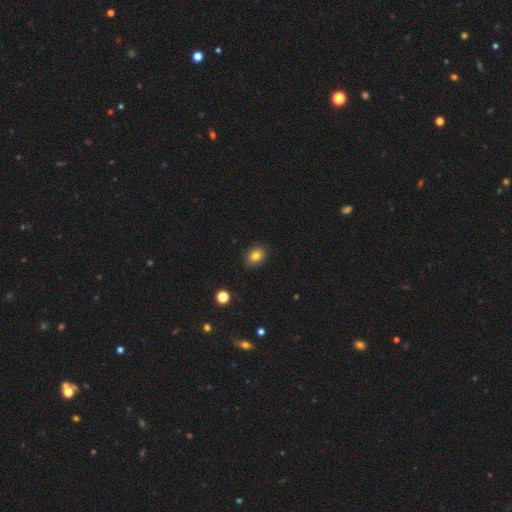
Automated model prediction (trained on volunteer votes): Q: Smooth or featured?
A: smooth (82%); runner-up: star or artifact (11%)
Q: How rounded?
A: in between (53%); runner-up: round (46%)
Q: Merging?
A: none (88%); runner-up: minor disturbance (9%)